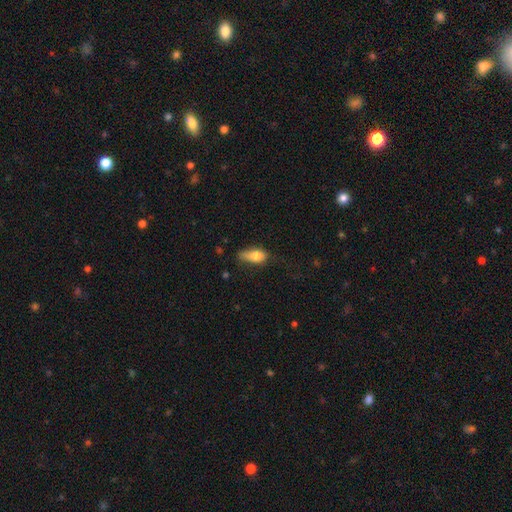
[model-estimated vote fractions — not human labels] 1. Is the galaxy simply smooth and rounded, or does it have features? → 76% smooth, 16% featured or disk, 8% star or artifact.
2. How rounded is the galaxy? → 81% in between, 14% cigar-shaped, 5% round.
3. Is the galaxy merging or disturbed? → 41% minor disturbance, 38% none, 18% major disturbance, 3% merger.